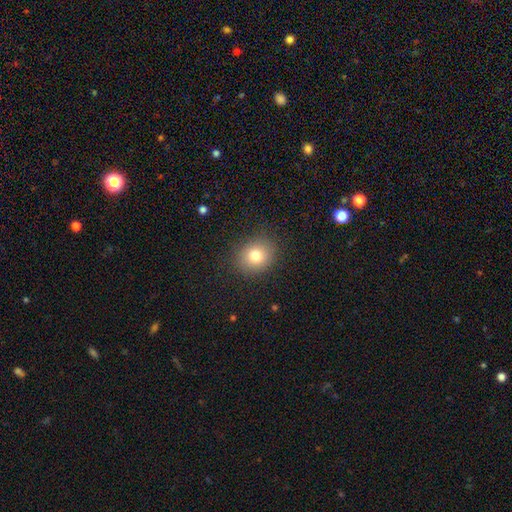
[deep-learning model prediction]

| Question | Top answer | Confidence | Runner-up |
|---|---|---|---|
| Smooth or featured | smooth | 78% | star or artifact (12%) |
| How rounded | round | 69% | in between (30%) |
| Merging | none | 87% | minor disturbance (8%) |